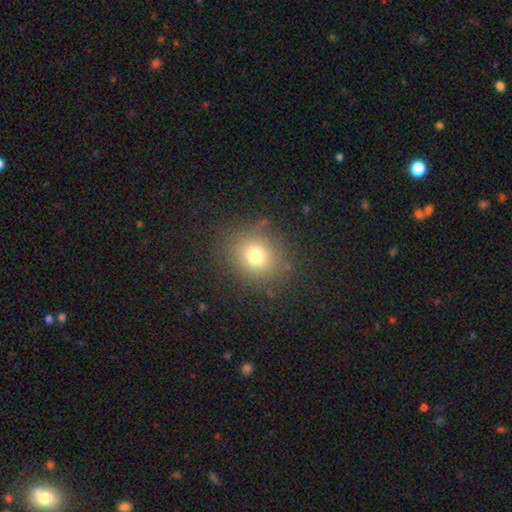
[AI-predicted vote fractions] A smooth galaxy with no disk features (75%) that is round (75%).

Vote fractions:
- Smooth or featured? smooth: 75% / star or artifact: 16% / featured or disk: 10%
- How rounded? round: 75% / in between: 24% / cigar-shaped: 1%
- Merging? none: 85% / minor disturbance: 9% / major disturbance: 4% / merger: 2%